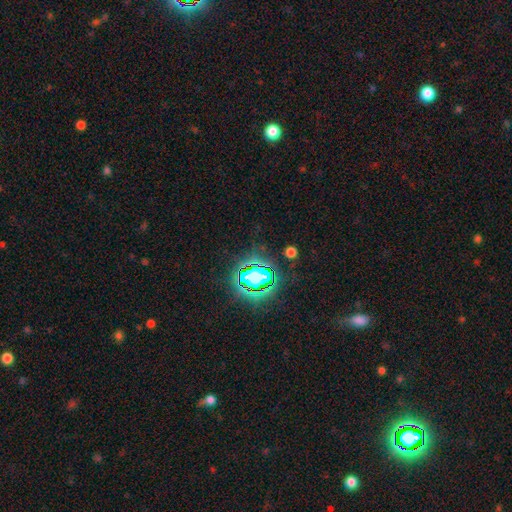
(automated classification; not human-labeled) Overall: star or artifact (77%).